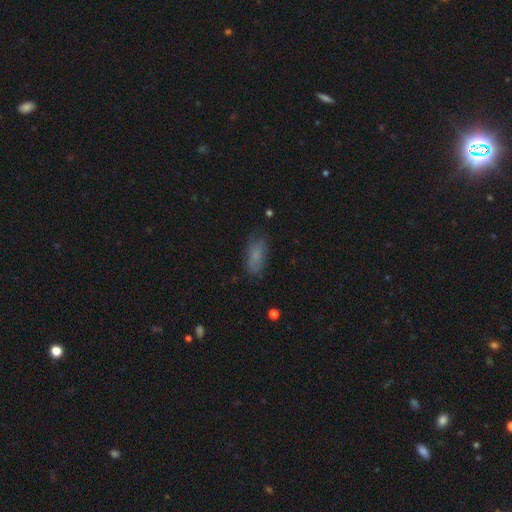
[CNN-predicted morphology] smooth 74%, featured or disk 16%, star or artifact 10%. Down the decision tree: how rounded — in between (83%); merging — none (68%).